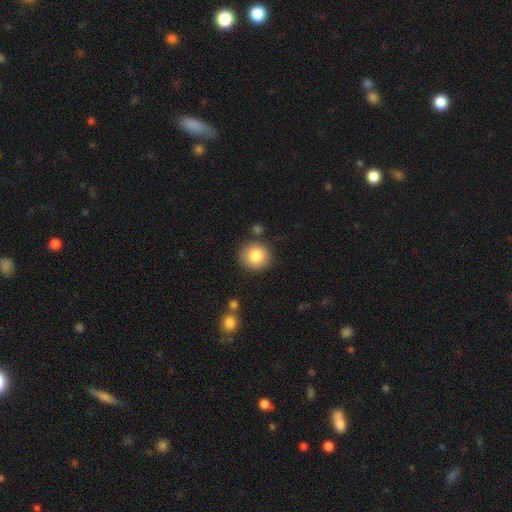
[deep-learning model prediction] The model was most divided on "smooth or featured": smooth: 84%, star or artifact: 8%, featured or disk: 8%. More confident: how rounded — round (91%); merging — none (84%).